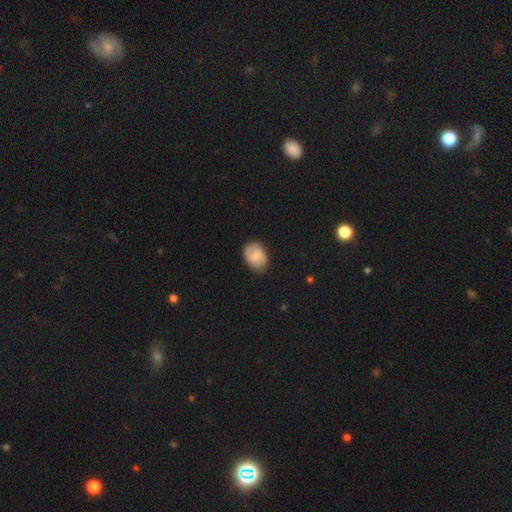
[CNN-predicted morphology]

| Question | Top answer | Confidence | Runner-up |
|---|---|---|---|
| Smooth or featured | smooth | 71% | featured or disk (22%) |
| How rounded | in between | 75% | round (24%) |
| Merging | none | 80% | minor disturbance (16%) |